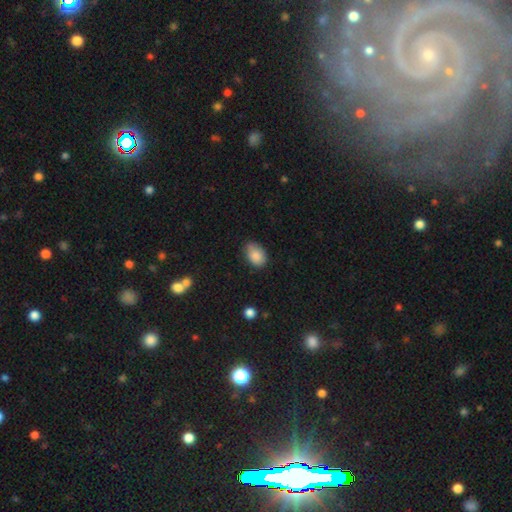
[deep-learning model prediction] Q: Smooth or featured?
A: smooth (86%); runner-up: star or artifact (8%)
Q: How rounded?
A: in between (77%); runner-up: round (22%)
Q: Merging?
A: none (68%); runner-up: minor disturbance (26%)